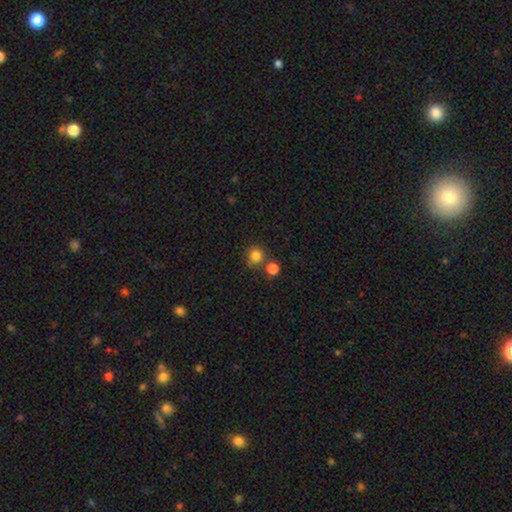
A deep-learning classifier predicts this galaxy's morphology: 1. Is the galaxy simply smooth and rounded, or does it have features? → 82% smooth, 13% star or artifact, 5% featured or disk.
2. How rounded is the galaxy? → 90% round, 9% in between, 1% cigar-shaped.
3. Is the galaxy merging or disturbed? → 68% none, 17% merger, 11% minor disturbance, 4% major disturbance.